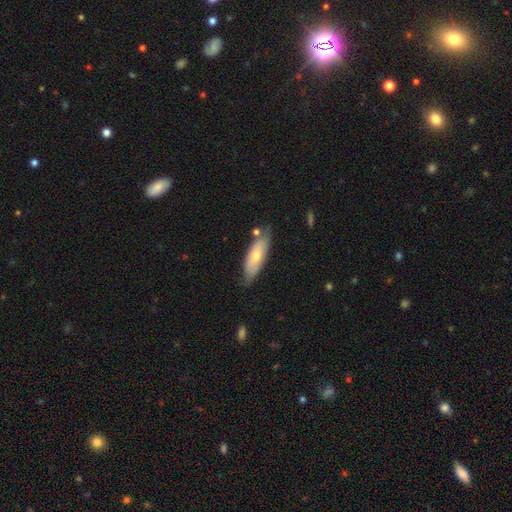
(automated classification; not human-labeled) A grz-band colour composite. It shows a smooth galaxy with no disk features (57%) that is in between round and cigar-shaped (59%). Merging: none (72%).